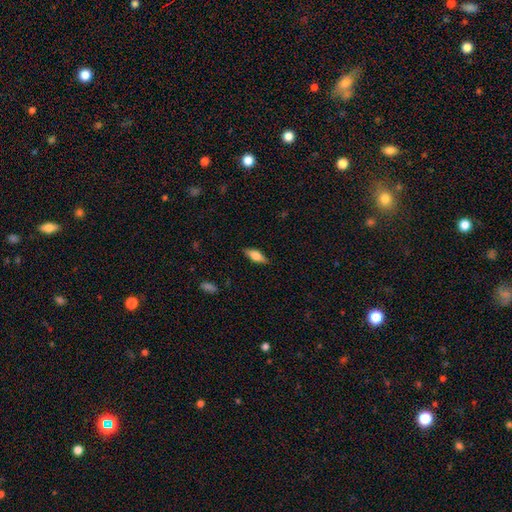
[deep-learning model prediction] The model was most divided on "how rounded": in between: 65%, cigar-shaped: 32%, round: 3%. More confident: merging — none (86%); smooth or featured — smooth (64%).